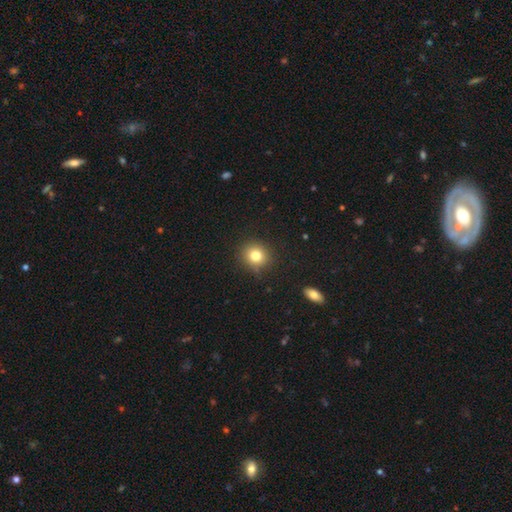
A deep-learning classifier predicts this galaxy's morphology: Overall: smooth (80%). How rounded: round (88%). Merging: none (89%).